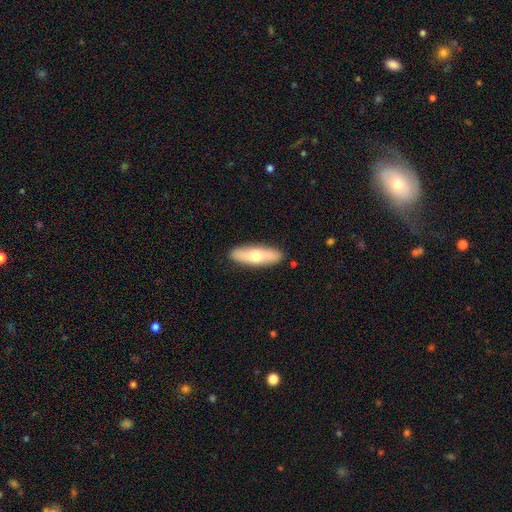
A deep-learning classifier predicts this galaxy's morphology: Q: Smooth or featured?
A: smooth (61%); runner-up: featured or disk (33%)
Q: How rounded?
A: cigar-shaped (52%); runner-up: in between (46%)
Q: Merging?
A: none (89%); runner-up: minor disturbance (8%)